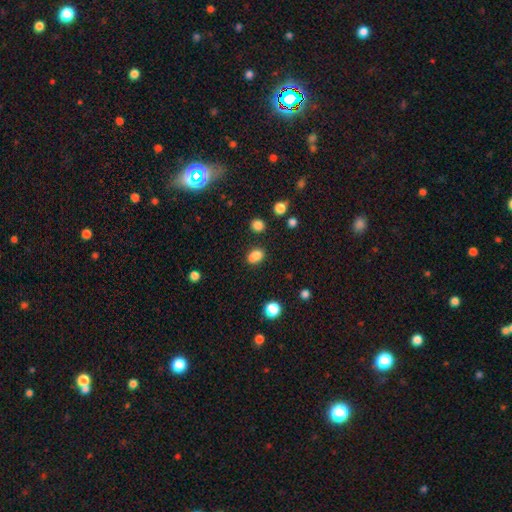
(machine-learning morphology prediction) Q: Smooth or featured?
A: smooth (82%); runner-up: star or artifact (12%)
Q: How rounded?
A: in between (64%); runner-up: round (35%)
Q: Merging?
A: none (71%); runner-up: minor disturbance (15%)